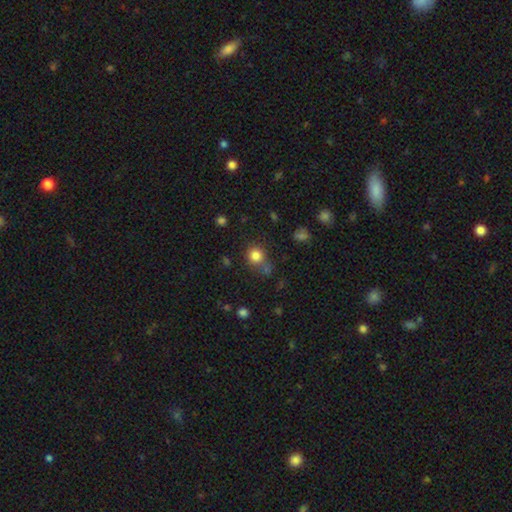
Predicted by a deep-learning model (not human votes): This is clearly a smooth galaxy (82%). How rounded: clearly round (89%). Merging: likely none (68%).